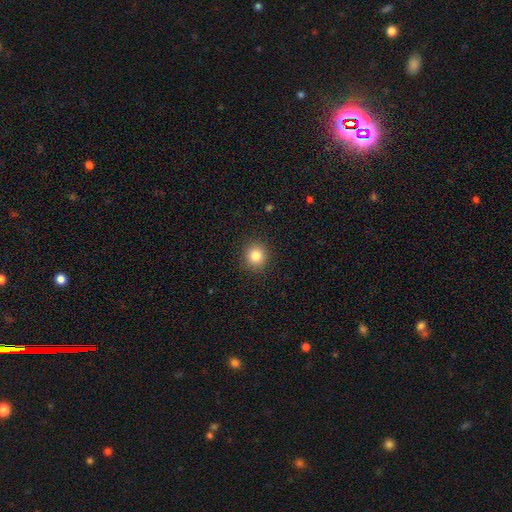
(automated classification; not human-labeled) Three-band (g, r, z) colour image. It shows a smooth galaxy with no disk features (83%) that is round (90%). Merging: none (91%).